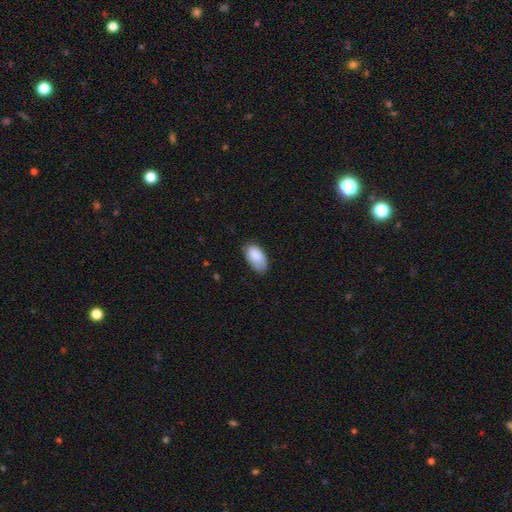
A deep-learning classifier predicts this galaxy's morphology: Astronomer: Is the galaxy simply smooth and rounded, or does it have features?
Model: smooth — 86%.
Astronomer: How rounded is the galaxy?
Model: in between — 95%.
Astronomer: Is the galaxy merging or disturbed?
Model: none — 67%.